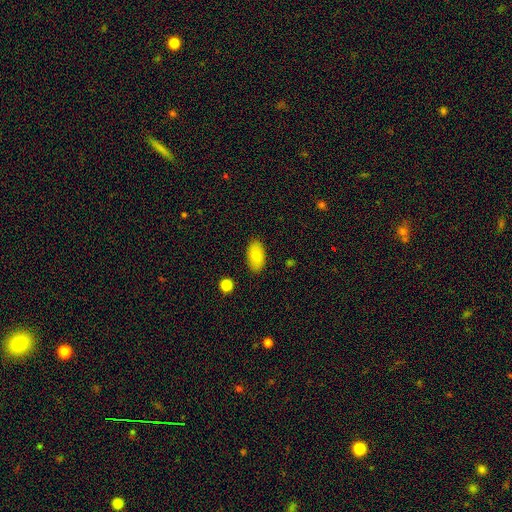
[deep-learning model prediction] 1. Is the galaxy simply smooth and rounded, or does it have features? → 79% smooth, 14% featured or disk, 7% star or artifact.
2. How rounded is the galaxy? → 94% in between, 4% round, 2% cigar-shaped.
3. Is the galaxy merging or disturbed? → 88% none, 9% minor disturbance, 2% major disturbance, 1% merger.